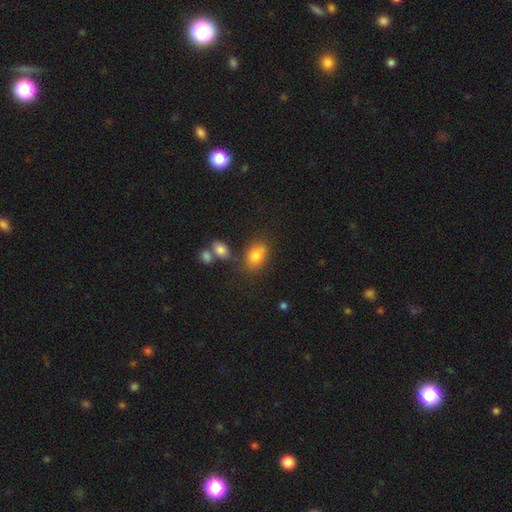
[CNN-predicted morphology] Smooth or featured: smooth — 80% (star or artifact — 10%)
How rounded: in between — 76% (round — 23%)
Merging: none — 59% (minor disturbance — 20%)